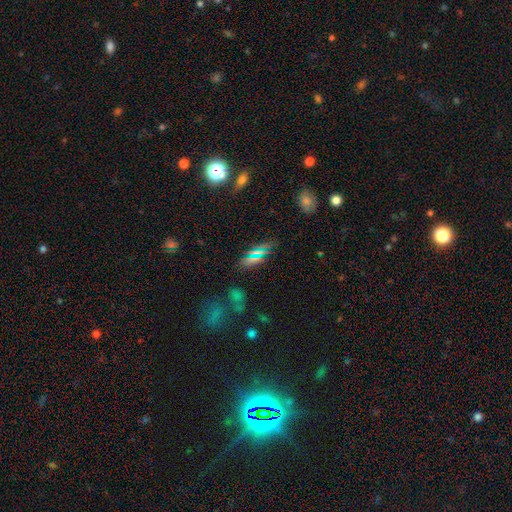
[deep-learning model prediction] Smooth or featured? Predicted: smooth (p=0.58). How rounded? Predicted: in between (p=0.67). Merging? Predicted: none (p=0.73).